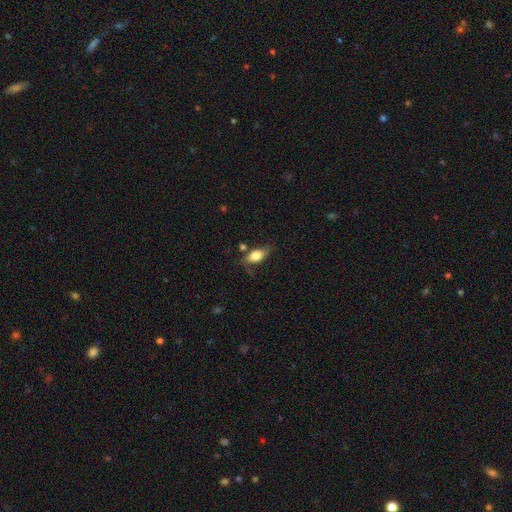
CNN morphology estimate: Overall: smooth (73%). How rounded: in between (85%). Merging: none (58%; minor disturbance 26%).